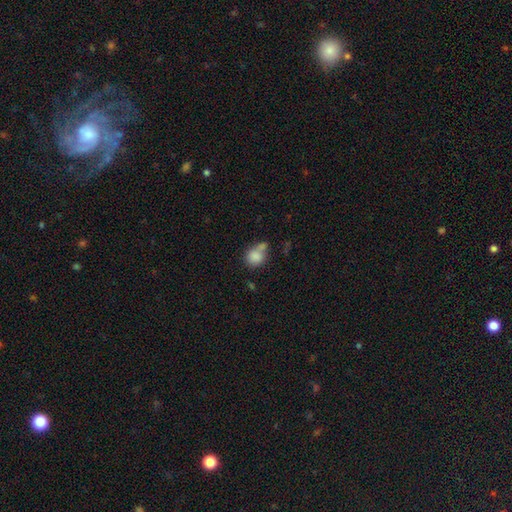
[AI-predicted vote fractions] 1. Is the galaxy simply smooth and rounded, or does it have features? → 82% smooth, 9% star or artifact, 9% featured or disk.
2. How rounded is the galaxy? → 71% round, 28% in between, 1% cigar-shaped.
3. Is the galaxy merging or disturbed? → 42% none, 35% merger, 16% minor disturbance, 7% major disturbance.